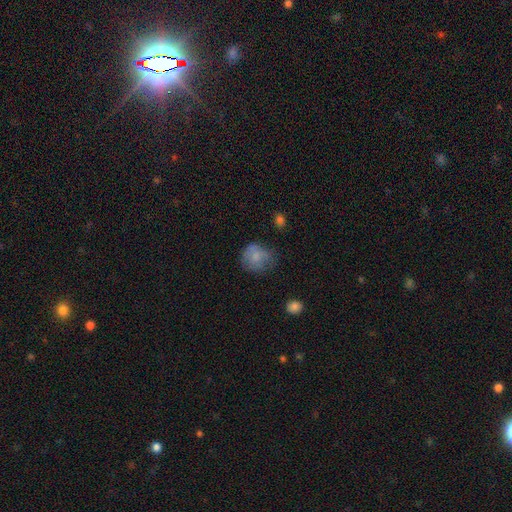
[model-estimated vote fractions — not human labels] smooth 74%, featured or disk 16%, star or artifact 10%. Down the decision tree: how rounded — round (77%); merging — none (53%).